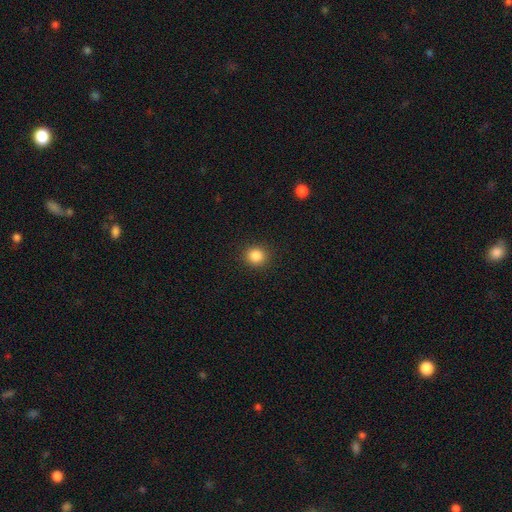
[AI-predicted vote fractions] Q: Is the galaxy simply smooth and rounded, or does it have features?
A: smooth — 85%.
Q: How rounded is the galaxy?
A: round — 89%.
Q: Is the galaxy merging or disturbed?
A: none — 91%.